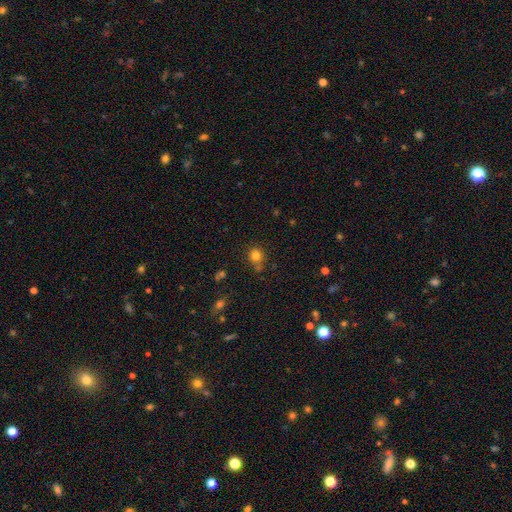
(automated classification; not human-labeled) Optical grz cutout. It shows a smooth galaxy with no disk features (80%) that is round (85%). Merging: none (68%).